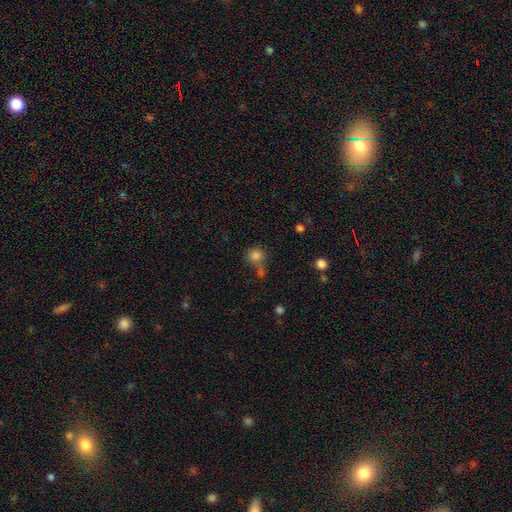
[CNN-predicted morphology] This appears to be a smooth galaxy with no disk features (81%) that is round (87%). Merging: none (54%).